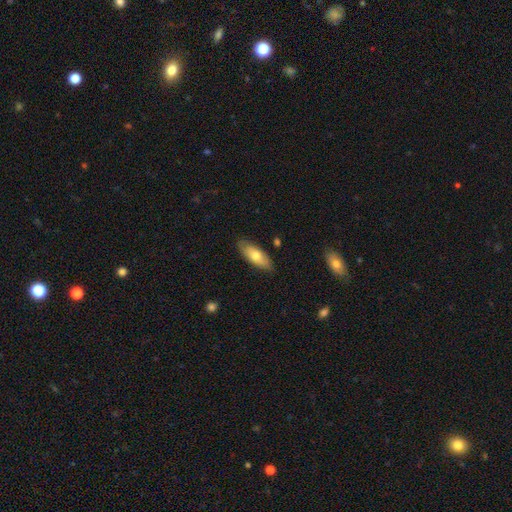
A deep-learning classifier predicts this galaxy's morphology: Q: Smooth or featured?
A: smooth (69%); runner-up: featured or disk (25%)
Q: How rounded?
A: in between (77%); runner-up: cigar-shaped (20%)
Q: Merging?
A: none (83%); runner-up: minor disturbance (13%)